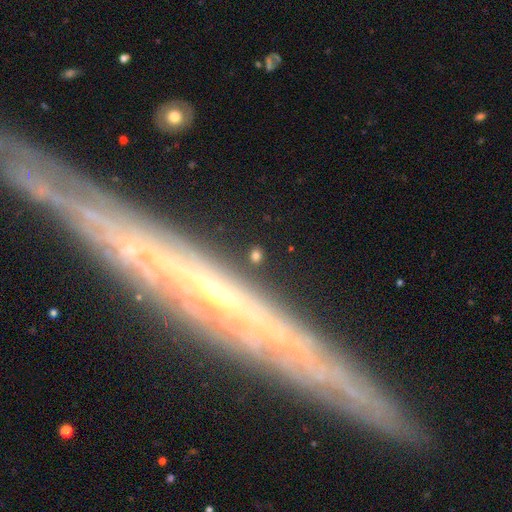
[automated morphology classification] A smooth galaxy with no disk features (64%) that is round (50%). Merging: none (85%).